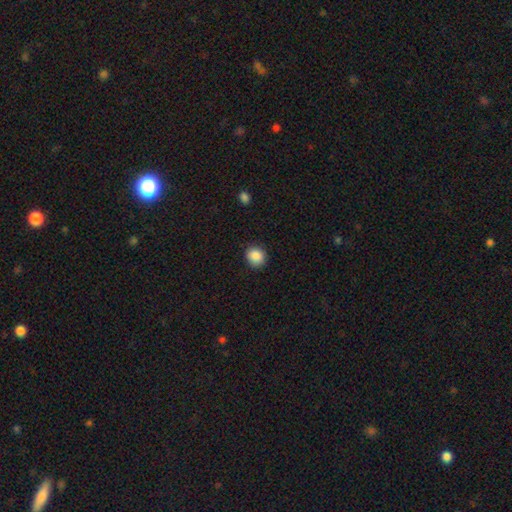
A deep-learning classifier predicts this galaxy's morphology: smooth 88%, star or artifact 9%, featured or disk 3%. Down the decision tree: how rounded — round (78%); merging — none (86%).